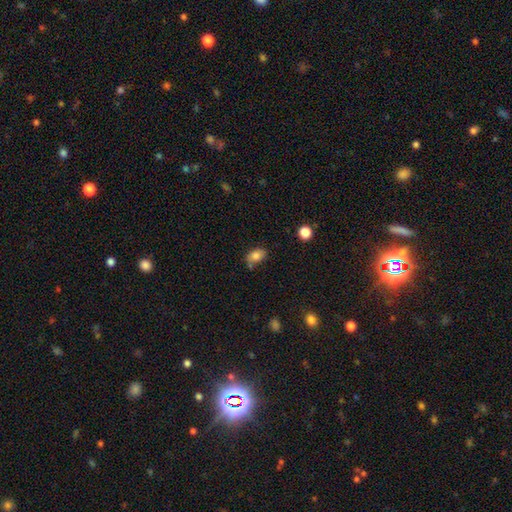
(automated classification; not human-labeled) smooth-or-featured: smooth: 82% | star or artifact: 10% | featured or disk: 9%
  how-rounded: in between: 85% | round: 13% | cigar-shaped: 2%
  merging: none: 64% | minor disturbance: 22% | merger: 9% | major disturbance: 5%